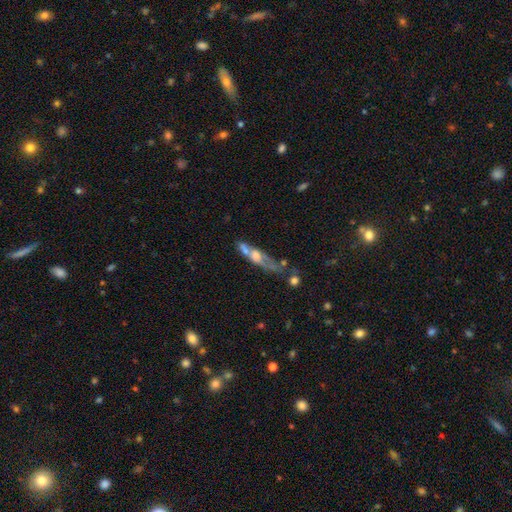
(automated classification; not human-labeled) A featured or disk galaxy (53%) viewed edge-on (54%). Merging: merger (32%).